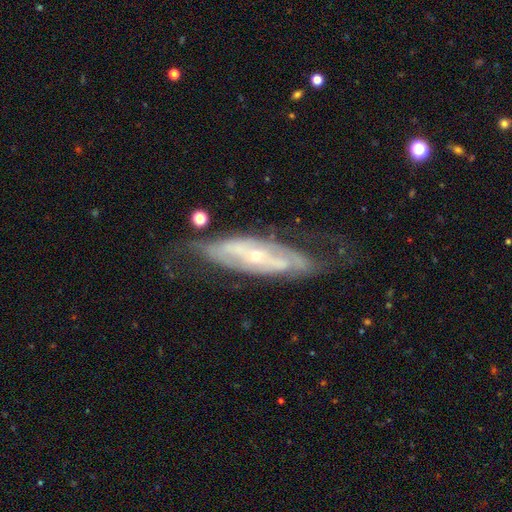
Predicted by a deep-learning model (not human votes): This appears to be a featured or disk galaxy (81%) with no bar (61%), spiral arms (74%) and a small central bulge (69%). Merging: none (63%).